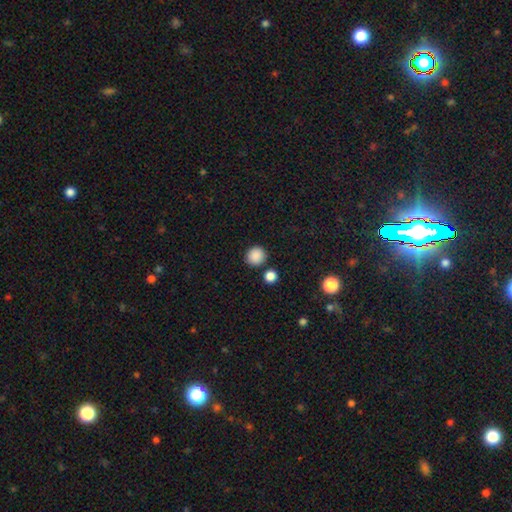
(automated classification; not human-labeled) A smooth galaxy with no disk features (87%) that is round (91%).

Vote fractions:
- Smooth or featured? smooth: 87% / star or artifact: 10% / featured or disk: 3%
- How rounded? round: 91% / in between: 8% / cigar-shaped: 1%
- Merging? none: 85% / minor disturbance: 7% / merger: 5% / major disturbance: 2%